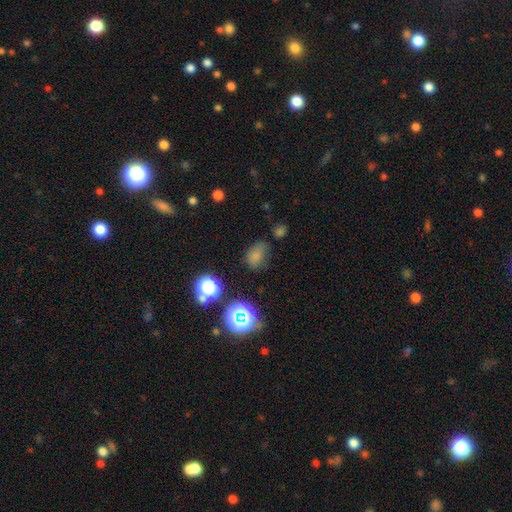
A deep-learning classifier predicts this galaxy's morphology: Smooth or featured? smooth (69%)
How rounded? in between (69%)
Merging? none (55%)